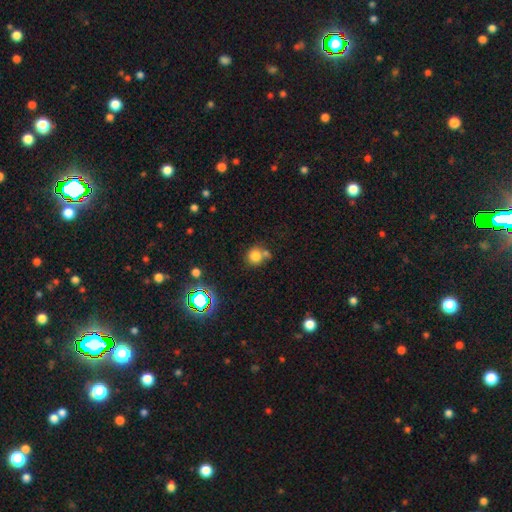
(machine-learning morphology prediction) The model was most divided on "merging": none: 56%, merger: 29%, minor disturbance: 11%, major disturbance: 4%. More confident: how rounded — round (87%); smooth or featured — smooth (76%).